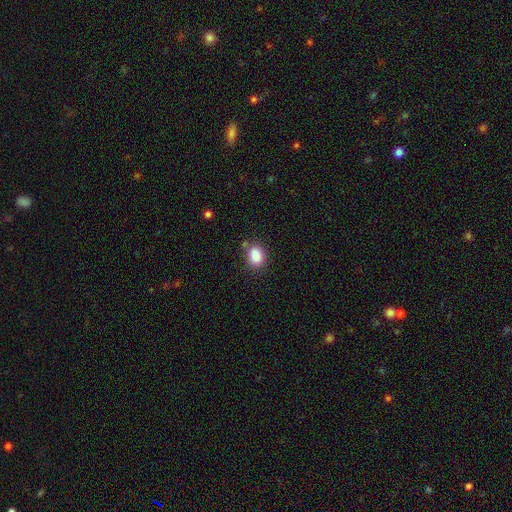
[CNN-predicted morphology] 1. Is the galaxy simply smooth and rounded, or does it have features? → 86% smooth, 9% star or artifact, 5% featured or disk.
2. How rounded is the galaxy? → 71% in between, 28% round, 1% cigar-shaped.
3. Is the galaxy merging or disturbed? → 72% none, 17% minor disturbance, 6% merger, 4% major disturbance.